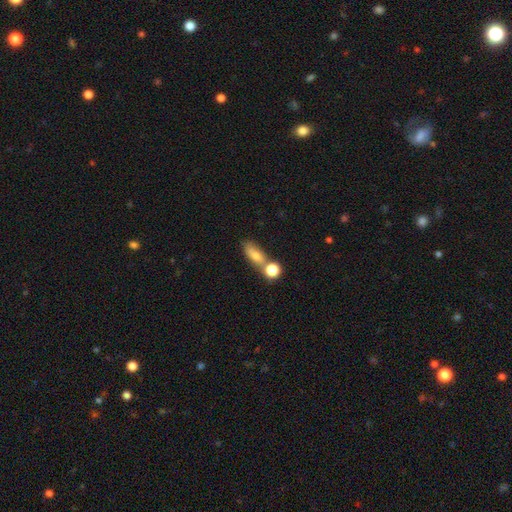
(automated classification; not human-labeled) Overall: smooth (74%). How rounded: in between (62%). Merging: none (48%; merger 32%).